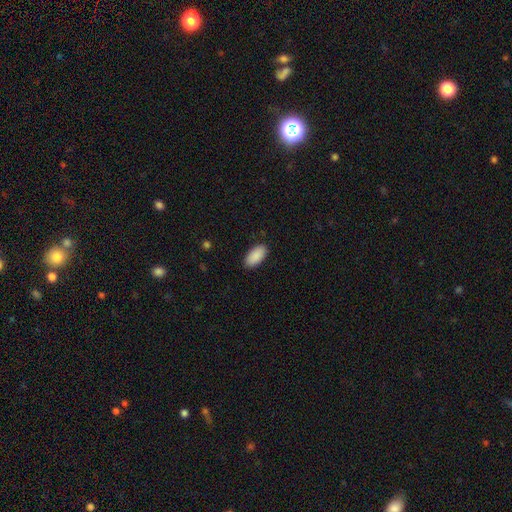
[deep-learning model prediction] smooth 91%, star or artifact 6%, featured or disk 3%. Down the decision tree: how rounded — in between (95%); merging — none (89%).